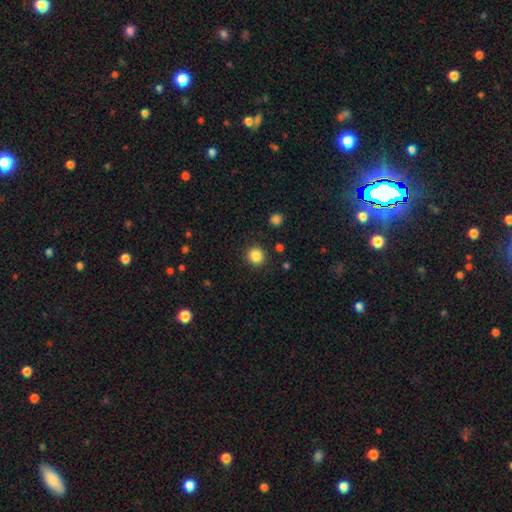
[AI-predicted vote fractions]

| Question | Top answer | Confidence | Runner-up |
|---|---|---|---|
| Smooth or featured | smooth | 86% | star or artifact (10%) |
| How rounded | round | 92% | in between (7%) |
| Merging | none | 91% | minor disturbance (6%) |